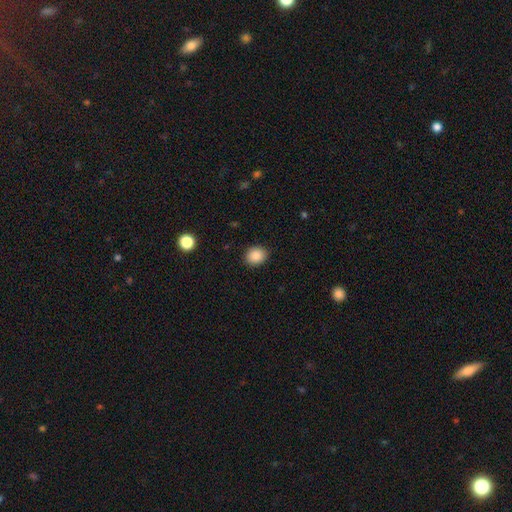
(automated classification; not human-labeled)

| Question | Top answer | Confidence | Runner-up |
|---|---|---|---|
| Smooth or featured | smooth | 88% | star or artifact (9%) |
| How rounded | round | 63% | in between (36%) |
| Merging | none | 89% | minor disturbance (8%) |